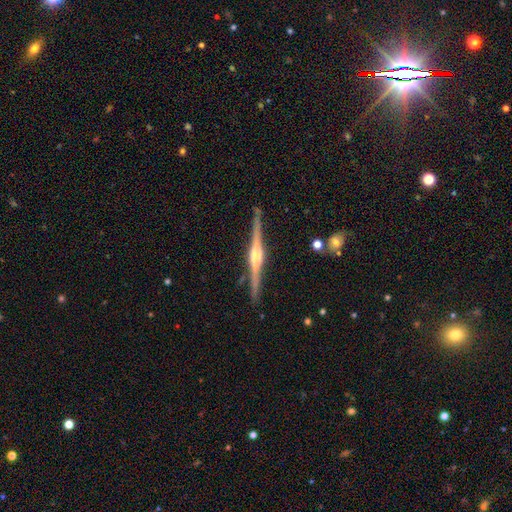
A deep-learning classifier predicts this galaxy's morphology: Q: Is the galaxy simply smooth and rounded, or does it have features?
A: featured or disk — 87%.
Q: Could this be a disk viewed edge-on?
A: yes — 98%.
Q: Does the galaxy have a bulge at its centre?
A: rounded — 78%.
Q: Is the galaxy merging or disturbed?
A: none — 88%.